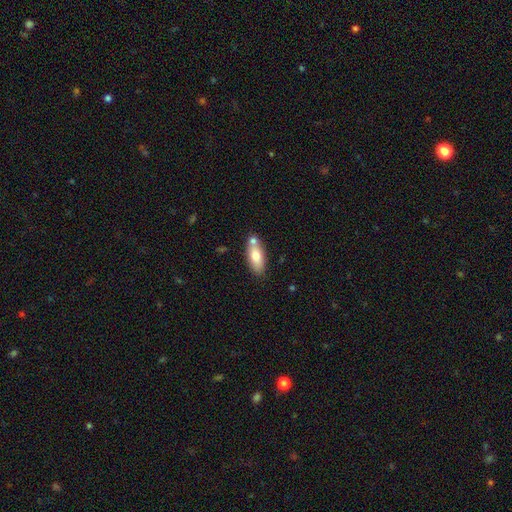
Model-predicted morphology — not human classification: This is likely a smooth galaxy (73%). How rounded: clearly in between (81%). Merging: likely none (62%).